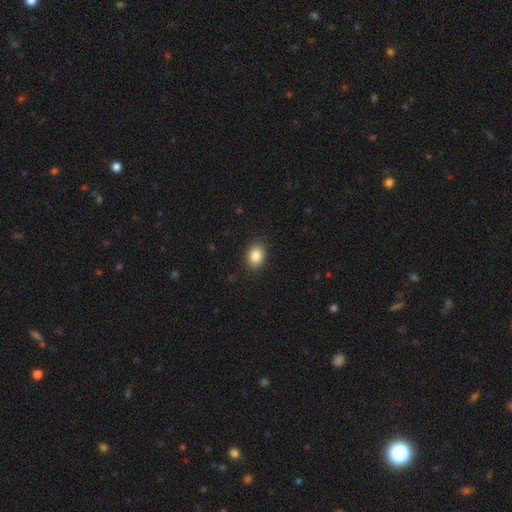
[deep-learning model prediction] A smooth galaxy with no disk features (87%) that is in between round and cigar-shaped (61%). Merging: none (88%).